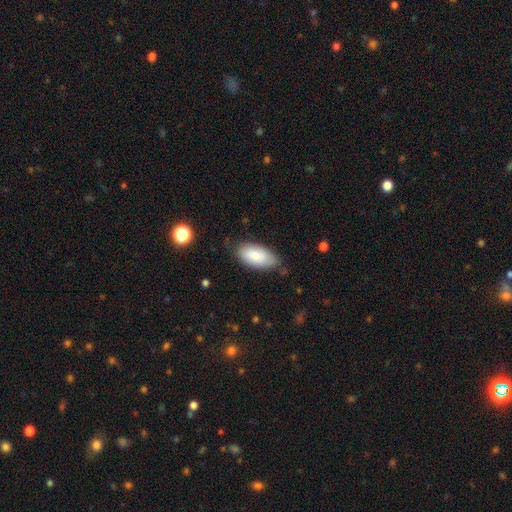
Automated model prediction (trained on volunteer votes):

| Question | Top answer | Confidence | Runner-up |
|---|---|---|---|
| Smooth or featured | smooth | 83% | featured or disk (11%) |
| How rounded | in between | 93% | cigar-shaped (5%) |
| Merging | none | 72% | minor disturbance (22%) |